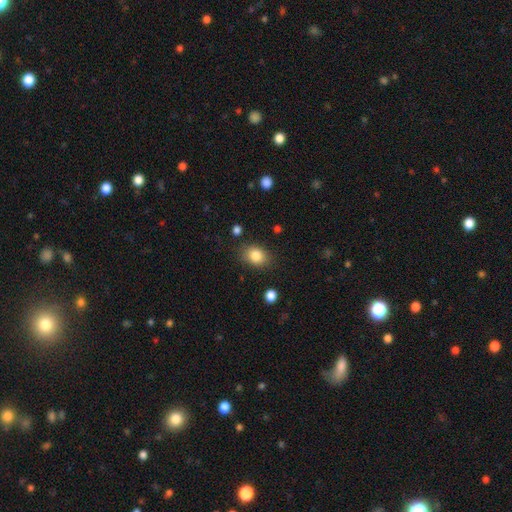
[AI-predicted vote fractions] Smooth or featured? Predicted: smooth (p=0.84). How rounded? Predicted: in between (p=0.61). Merging? Predicted: none (p=0.82).